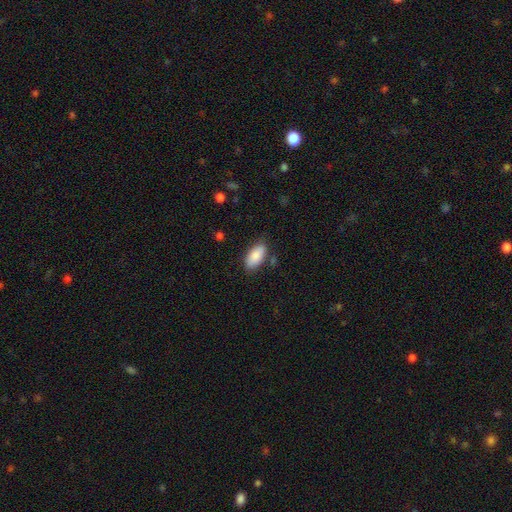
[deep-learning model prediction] A smooth galaxy with no disk features (87%) that is in between round and cigar-shaped (92%). Merging: none (79%).